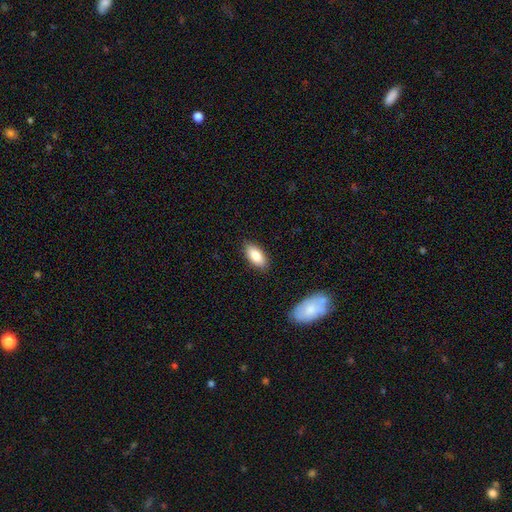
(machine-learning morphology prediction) smooth_or_featured: smooth (p=0.84) [alt: featured or disk p=0.10]
how_rounded: in between (p=0.88) [alt: cigar-shaped p=0.09]
merging: none (p=0.87) [alt: minor disturbance p=0.10]